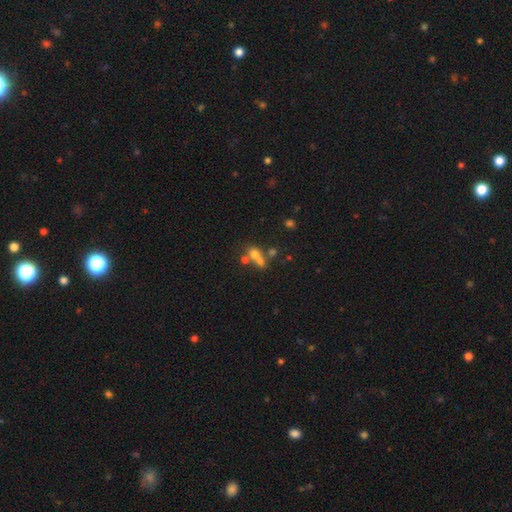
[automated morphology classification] type=smooth (58%); roundness=round (68%); merging=merger (53%).